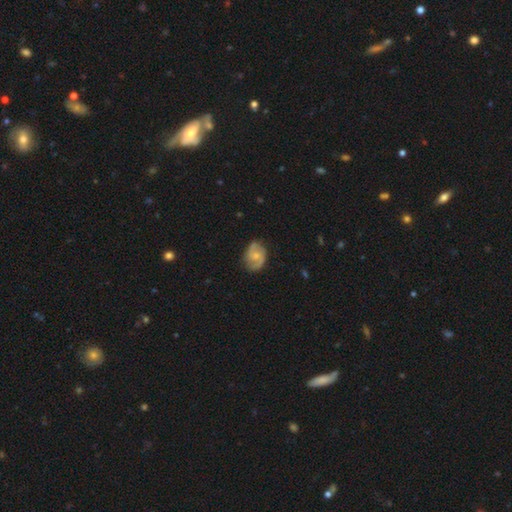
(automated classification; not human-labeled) smooth-or-featured: featured or disk: 72% | smooth: 22% | star or artifact: 6%
  disk-edge-on: no: 98% | yes: 2%
    bar: no: 55% | weak: 39% | strong: 6%
    has-spiral-arms: yes: 93% | no: 7%
      spiral-winding: medium: 52% | tight: 28% | loose: 20%
      spiral-arm-count: 2: 87% | can't tell: 7% | 1: 3% | 3: 2% | 4: 1% | more than 4: 1%
    bulge-size: small: 52% | moderate: 32% | none: 13% | large: 2% | dominant: 1%
  merging: none: 75% | minor disturbance: 18% | major disturbance: 5% | merger: 1%